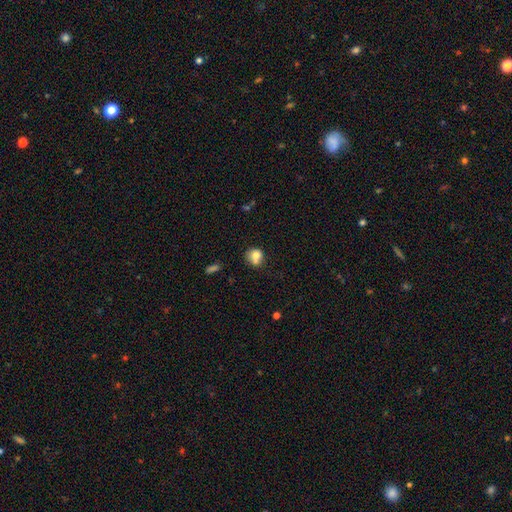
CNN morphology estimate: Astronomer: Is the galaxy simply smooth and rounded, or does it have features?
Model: smooth — 75%.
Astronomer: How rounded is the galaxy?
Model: round — 75%.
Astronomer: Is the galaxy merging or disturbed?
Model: none — 42% (runner-up: merger, 35%).